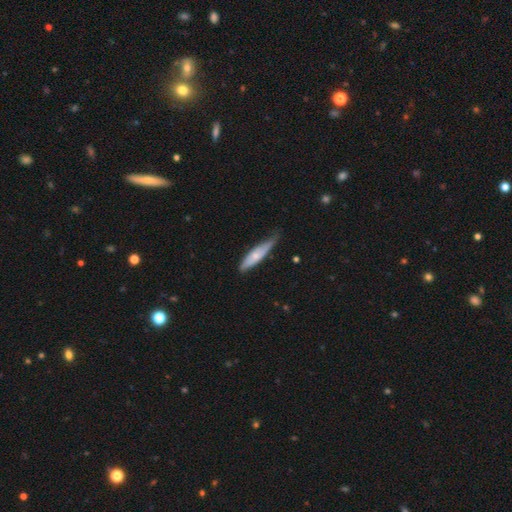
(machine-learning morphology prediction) Smooth or featured? smooth (58%)
How rounded? cigar-shaped (75%)
Merging? none (53%)